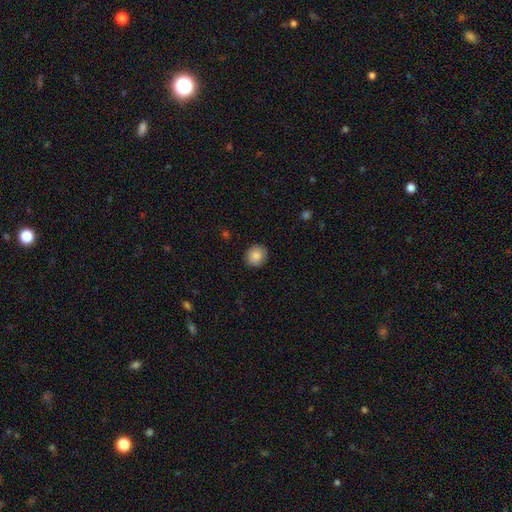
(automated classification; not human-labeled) A smooth galaxy with no disk features (88%) that is round (86%). Merging: none (90%).